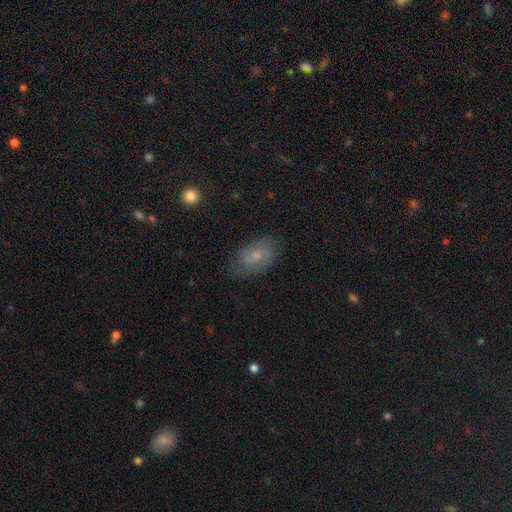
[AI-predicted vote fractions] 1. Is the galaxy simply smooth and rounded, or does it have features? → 55% smooth, 36% featured or disk, 10% star or artifact.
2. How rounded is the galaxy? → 88% in between, 9% round, 2% cigar-shaped.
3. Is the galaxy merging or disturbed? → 71% none, 21% minor disturbance, 6% major disturbance, 1% merger.